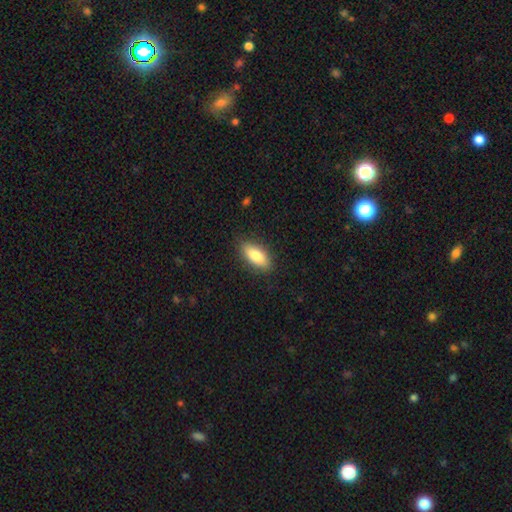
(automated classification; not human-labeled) The model was most divided on "how rounded": in between: 82%, cigar-shaped: 16%, round: 2%. More confident: merging — none (86%); smooth or featured — smooth (84%).